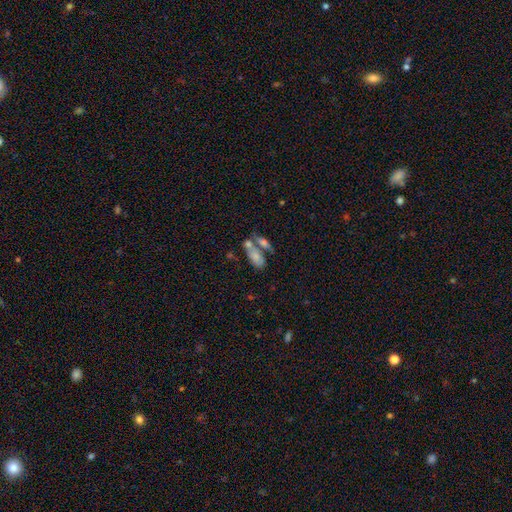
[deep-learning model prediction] Smooth or featured?
  - smooth: 69% *
  - featured or disk: 22%
  - star or artifact: 9%
How rounded?
  - in between: 84% *
  - cigar-shaped: 12%
  - round: 4%
Merging?
  - merger: 47% *
  - none: 32%
  - minor disturbance: 12%
  - major disturbance: 8%